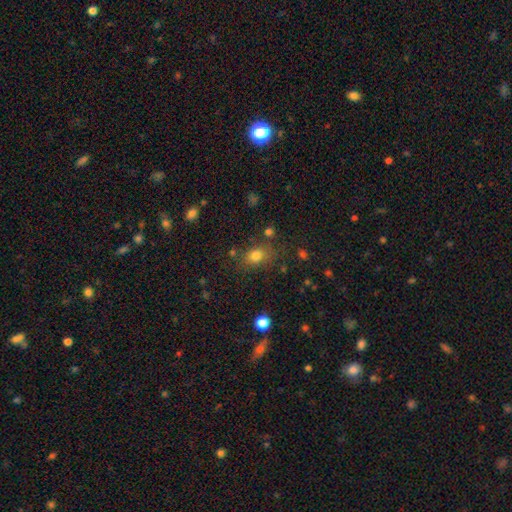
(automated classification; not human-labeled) Smooth or featured: smooth — 77% (star or artifact — 14%)
How rounded: in between — 55% (round — 44%)
Merging: none — 72% (minor disturbance — 16%)